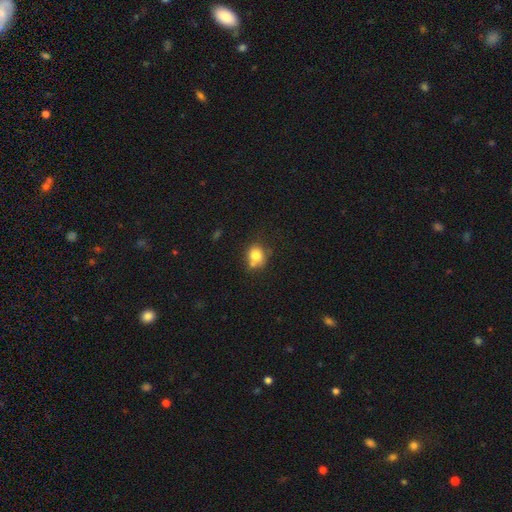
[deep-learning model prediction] smooth_or_featured: smooth (p=0.79) [alt: featured or disk p=0.11]
how_rounded: round (p=0.66) [alt: in between p=0.33]
merging: none (p=0.56) [alt: minor disturbance p=0.19]